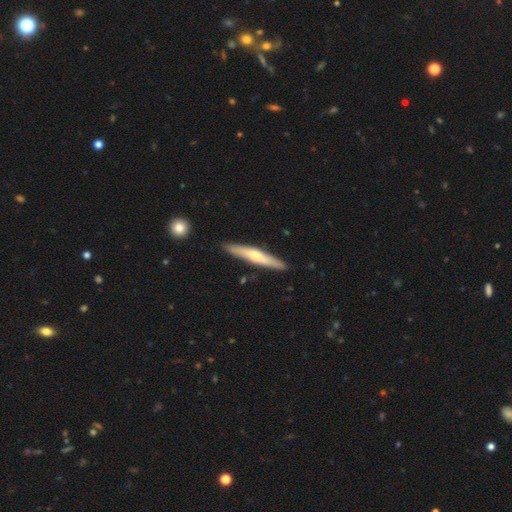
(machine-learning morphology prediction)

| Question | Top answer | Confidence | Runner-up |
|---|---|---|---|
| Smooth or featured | featured or disk | 48% | smooth (47%) |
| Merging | none | 90% | minor disturbance (8%) |